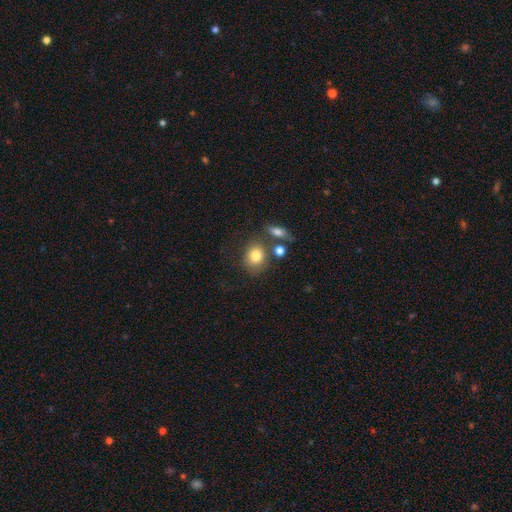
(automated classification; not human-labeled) smooth_or_featured: smooth (p=0.80) [alt: featured or disk p=0.11]
how_rounded: round (p=0.62) [alt: in between p=0.36]
merging: none (p=0.61) [alt: merger p=0.17]